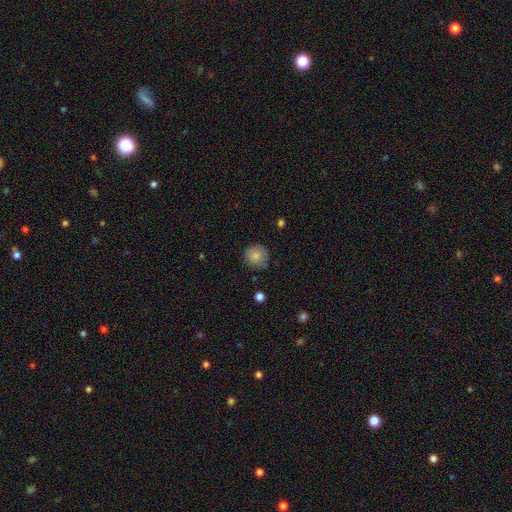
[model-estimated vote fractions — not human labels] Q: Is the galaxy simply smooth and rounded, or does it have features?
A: smooth — 81%.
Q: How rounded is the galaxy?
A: round — 91%.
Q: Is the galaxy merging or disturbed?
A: none — 76%.